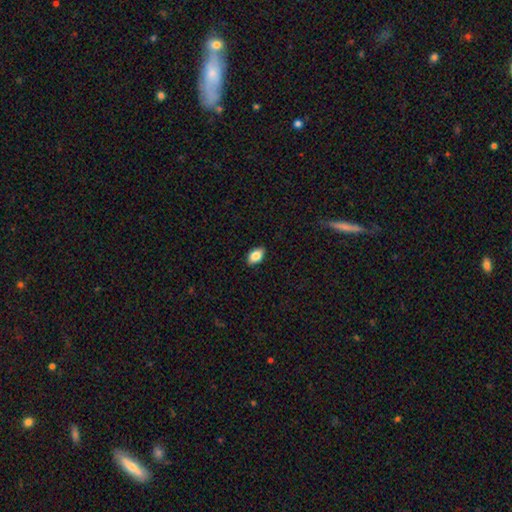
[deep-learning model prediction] A smooth galaxy with no disk features (84%) that is in between round and cigar-shaped (91%). Merging: none (88%).